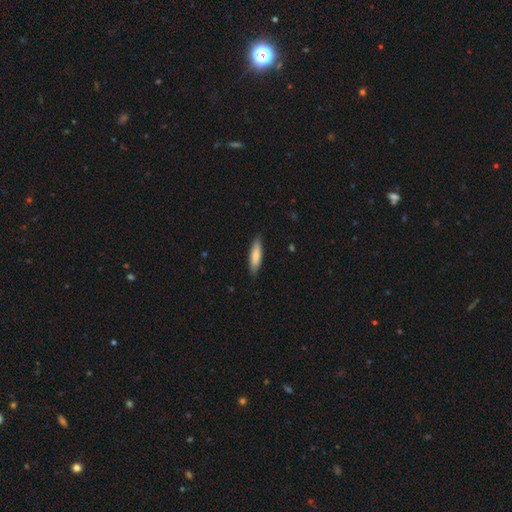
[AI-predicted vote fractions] Smooth or featured?
  - smooth: 79% *
  - featured or disk: 15%
  - star or artifact: 5%
How rounded?
  - cigar-shaped: 62% *
  - in between: 36%
  - round: 2%
Merging?
  - none: 85% *
  - minor disturbance: 12%
  - major disturbance: 2%
  - merger: 1%